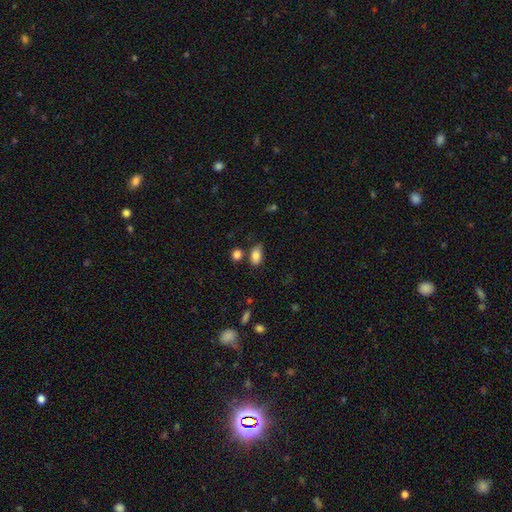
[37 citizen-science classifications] Smooth or featured?
  - smooth: 84% *
  - featured or disk: 11%
  - star or artifact: 5%
How rounded?
  - in between: 87% *
  - round: 13%
  - cigar-shaped: 0%
Merging?
  - none: 54% *
  - minor disturbance: 26%
  - merger: 14%
  - major disturbance: 6%